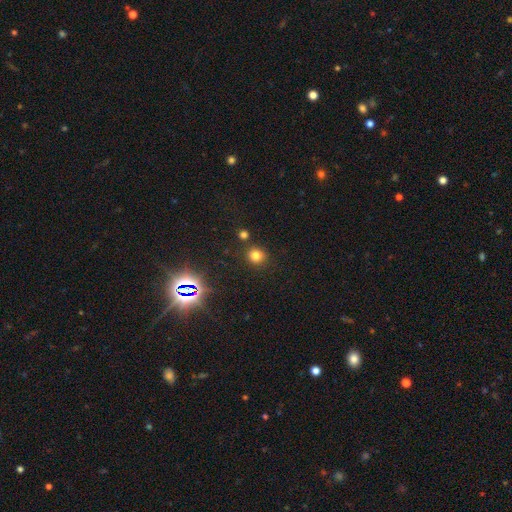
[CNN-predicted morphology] This appears to be a smooth galaxy with no disk features (74%) that is round (88%). Merging: none (83%).